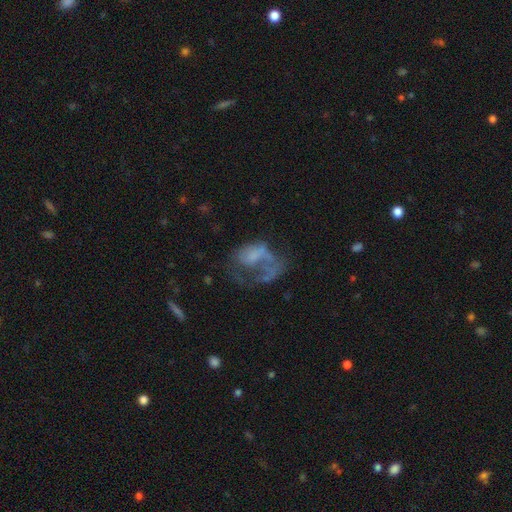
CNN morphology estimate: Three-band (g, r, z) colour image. It shows a featured or disk galaxy (52%) with no bar (84%), no spiral arms (72%) and no central bulge (59%). Merging: major disturbance (53%).